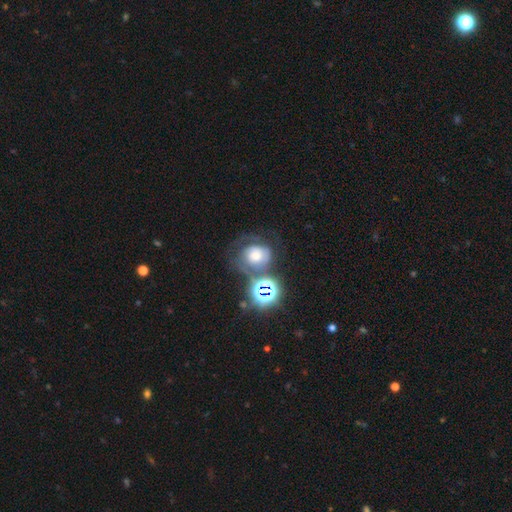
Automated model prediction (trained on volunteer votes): A featured or disk galaxy (46%). Merging: none (40%).